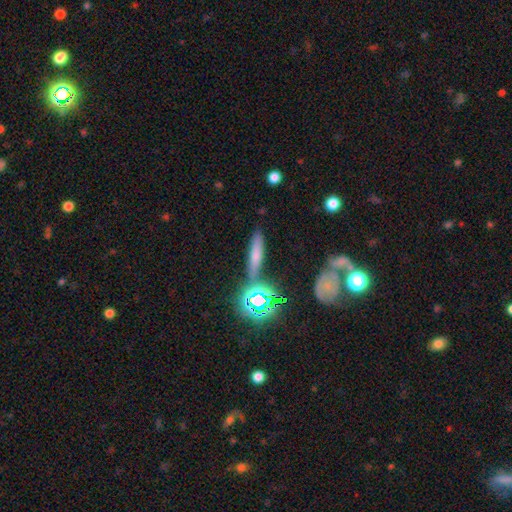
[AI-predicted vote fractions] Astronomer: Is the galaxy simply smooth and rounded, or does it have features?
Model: smooth — 49% (runner-up: featured or disk, 29%).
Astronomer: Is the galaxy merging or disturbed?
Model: none — 74%.